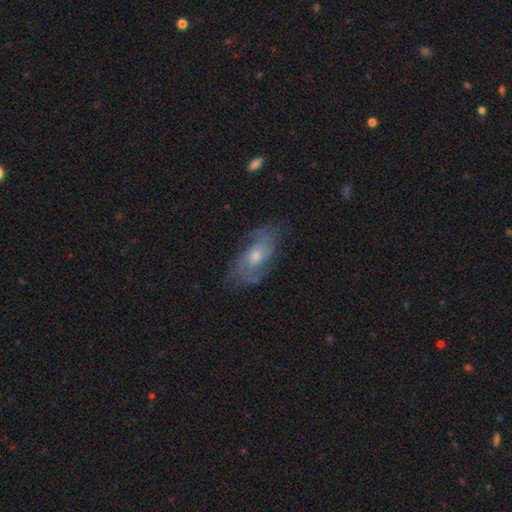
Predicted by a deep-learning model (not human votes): This appears to be a featured or disk galaxy (64%) with no bar (75%), spiral arms (81%) and a moderate central bulge (51%). Merging: none (66%).